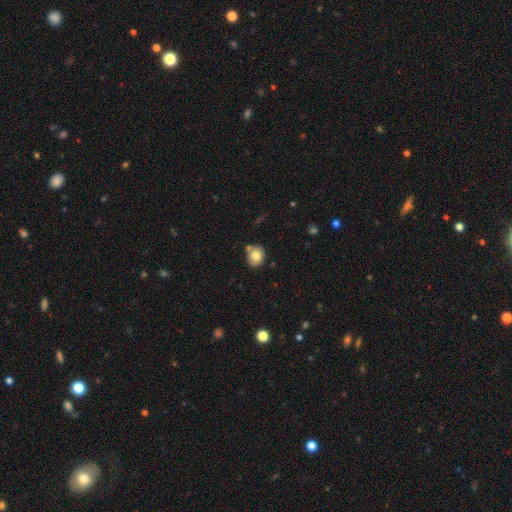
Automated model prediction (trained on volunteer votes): A smooth galaxy with no disk features (77%) that is round (68%). Merging: none (71%).